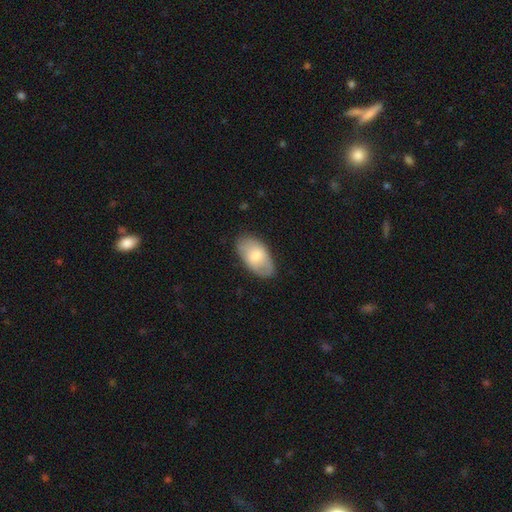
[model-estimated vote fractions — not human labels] This appears to be a smooth galaxy with no disk features (72%) that is in between round and cigar-shaped (95%). Merging: none (76%).